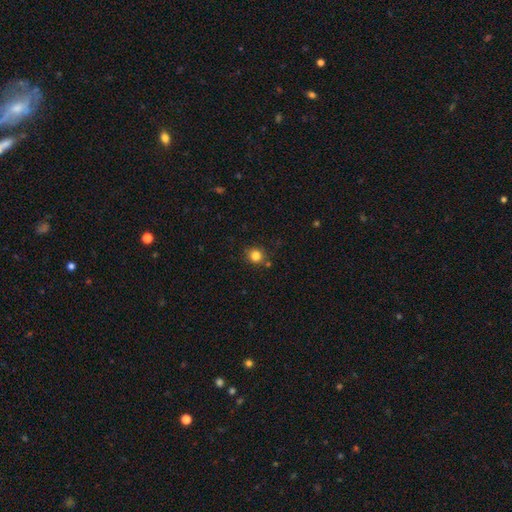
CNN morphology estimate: Overall: smooth (82%). How rounded: round (86%). Merging: none (80%).